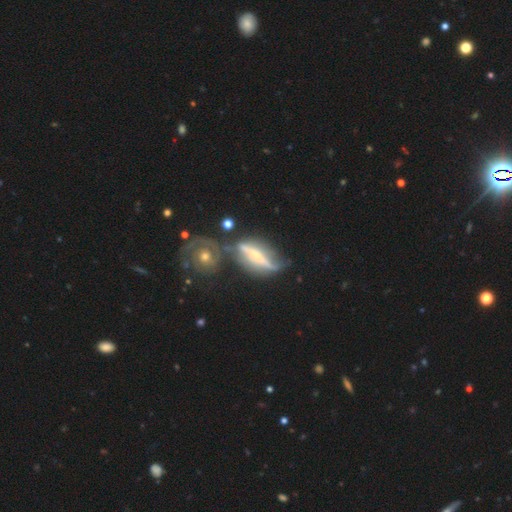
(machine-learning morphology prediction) featured or disk 78%, smooth 16%, star or artifact 6%. Down the decision tree: edge-on disk — yes (57%); merging — none (46%).